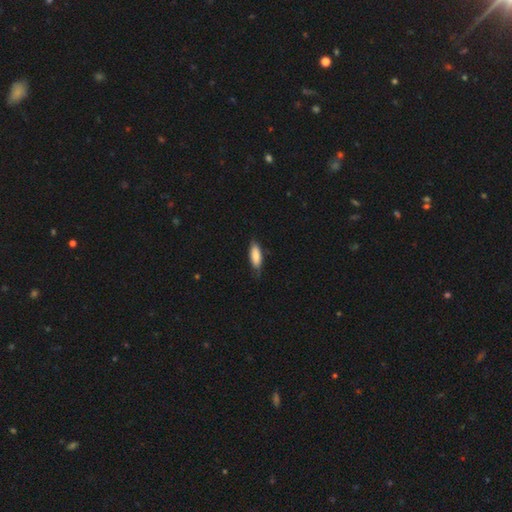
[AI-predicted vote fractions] A smooth galaxy with no disk features (84%) that is in between round and cigar-shaped (66%). Merging: none (74%).